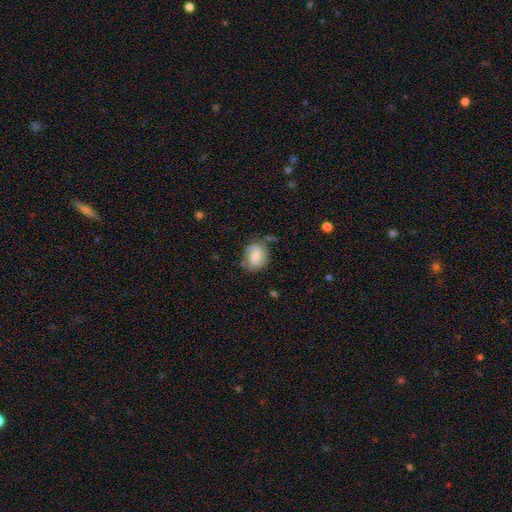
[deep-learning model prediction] A featured or disk galaxy (57%) with no bar (49%), spiral arms (89%) and a moderate central bulge (49%).

Vote fractions:
- Smooth or featured? featured or disk: 57% / smooth: 35% / star or artifact: 8%
- Edge-on disk? no: 97% / yes: 3%
- Bar? no: 49% / weak: 42% / strong: 9%
- Spiral arms? yes: 89% / no: 11%
- Bulge size? moderate: 49% / small: 37% / large: 7% / none: 6% / dominant: 1%
- Merging? none: 61% / minor disturbance: 25% / major disturbance: 10% / merger: 4%